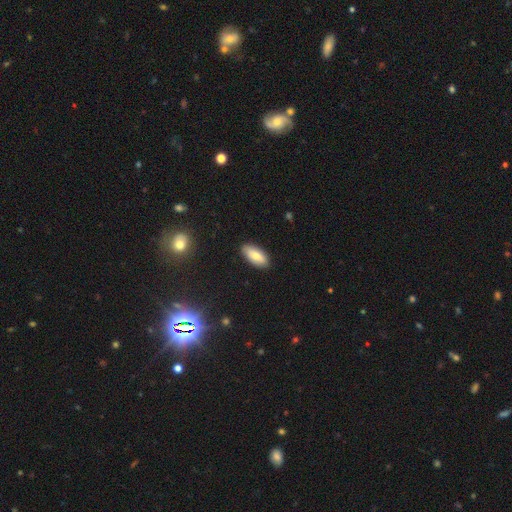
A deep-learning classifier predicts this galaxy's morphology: This is likely a smooth galaxy (76%). How rounded: clearly in between (87%). Merging: clearly none (87%).